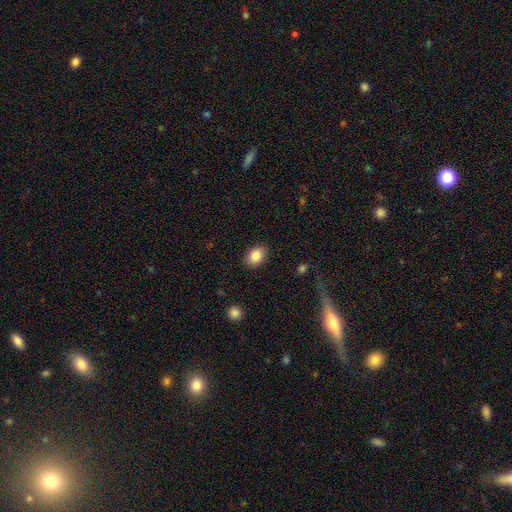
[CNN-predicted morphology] smooth 86%, star or artifact 8%, featured or disk 6%. Down the decision tree: how rounded — in between (73%); merging — none (88%).